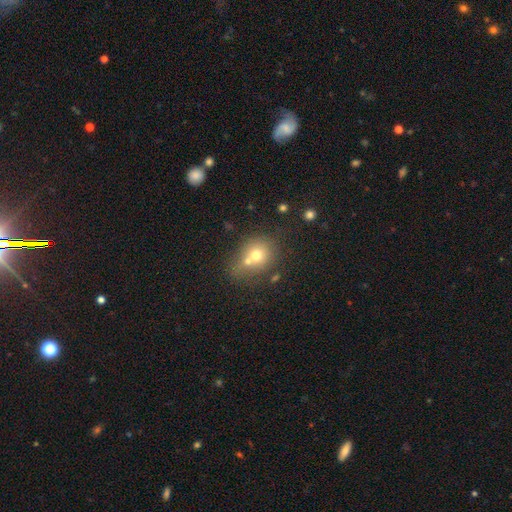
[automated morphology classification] type=smooth (68%); roundness=round (69%); merging=merger (43%).